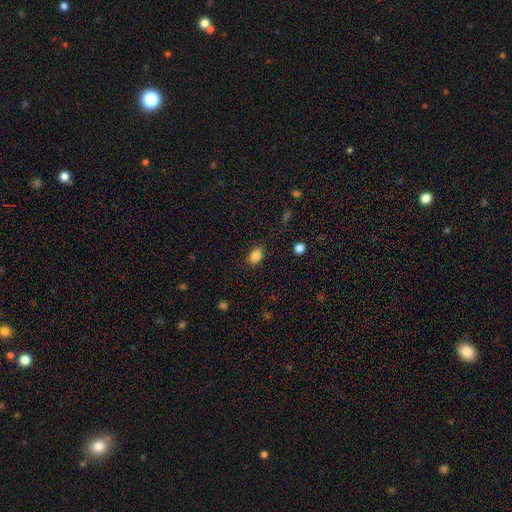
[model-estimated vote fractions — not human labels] Smooth or featured?
  - smooth: 85% *
  - star or artifact: 10%
  - featured or disk: 4%
How rounded?
  - in between: 69% *
  - round: 29%
  - cigar-shaped: 1%
Merging?
  - none: 77% *
  - minor disturbance: 18%
  - major disturbance: 4%
  - merger: 2%